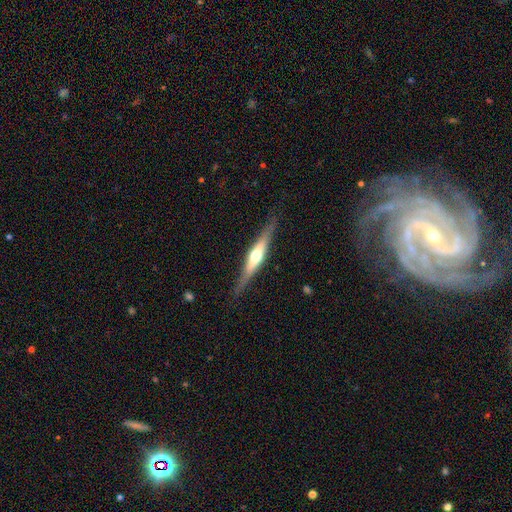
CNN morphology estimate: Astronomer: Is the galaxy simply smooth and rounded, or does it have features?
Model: featured or disk — 67%.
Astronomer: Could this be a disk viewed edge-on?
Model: yes — 95%.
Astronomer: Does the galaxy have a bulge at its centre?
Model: rounded — 89%.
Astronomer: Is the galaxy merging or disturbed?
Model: none — 85%.